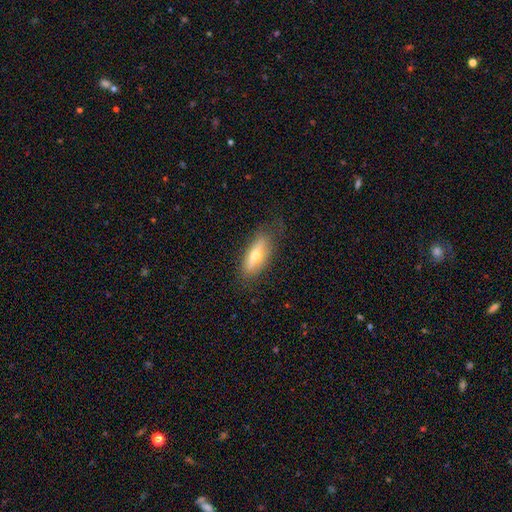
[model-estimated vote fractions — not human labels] smooth-or-featured: smooth: 57% | featured or disk: 37% | star or artifact: 7%
  how-rounded: in between: 63% | cigar-shaped: 34% | round: 3%
  merging: none: 77% | minor disturbance: 17% | major disturbance: 5% | merger: 1%